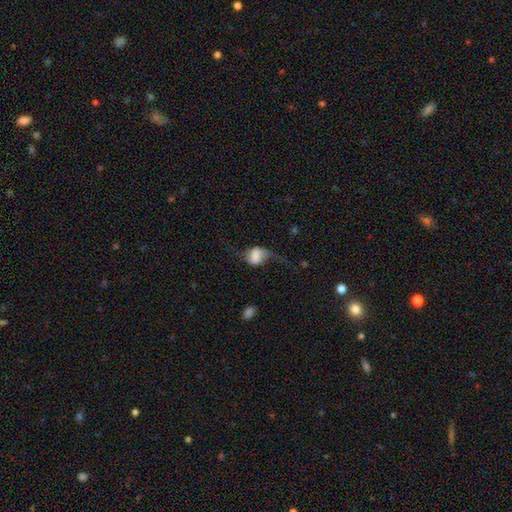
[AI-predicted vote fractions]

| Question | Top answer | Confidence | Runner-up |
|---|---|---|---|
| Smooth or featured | smooth | 46% | featured or disk (45%) |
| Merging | major disturbance | 38% | none (34%) |